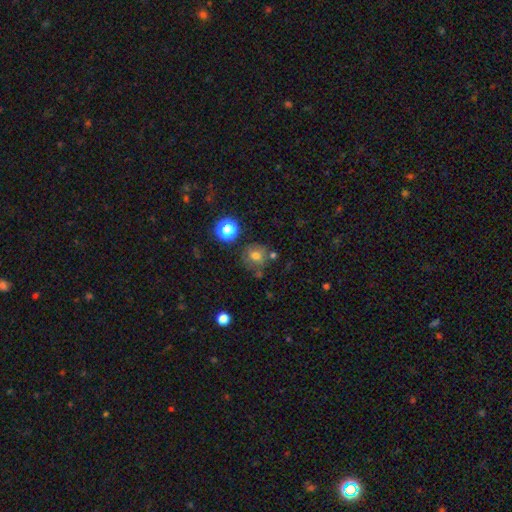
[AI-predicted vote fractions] Morphology: type=smooth (68%); roundness=round (83%); merging=none (67%).